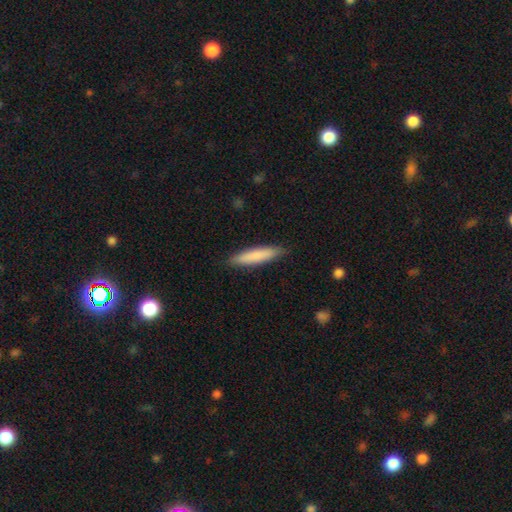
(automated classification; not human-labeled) A smooth galaxy with no disk features (83%) that is cigar-shaped (85%). Merging: none (89%).